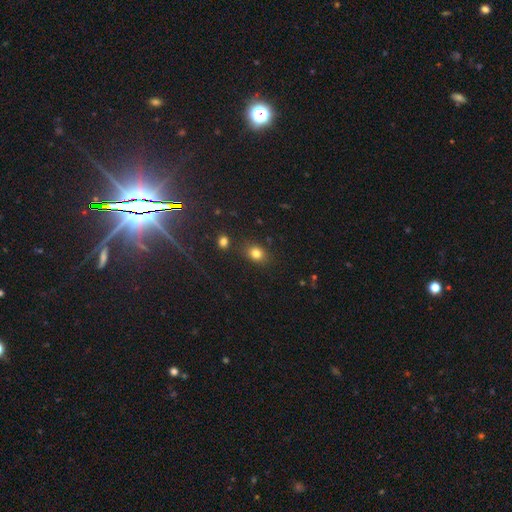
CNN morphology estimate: Smooth or featured?
  - smooth: 80% *
  - star or artifact: 13%
  - featured or disk: 7%
How rounded?
  - in between: 53% *
  - round: 46%
  - cigar-shaped: 1%
Merging?
  - none: 81% *
  - minor disturbance: 11%
  - merger: 4%
  - major disturbance: 3%